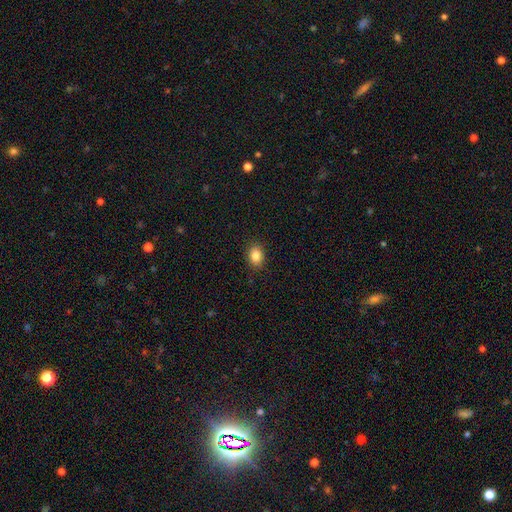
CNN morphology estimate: Smooth or featured: smooth — 85% (star or artifact — 9%)
How rounded: in between — 67% (round — 32%)
Merging: none — 88% (minor disturbance — 8%)